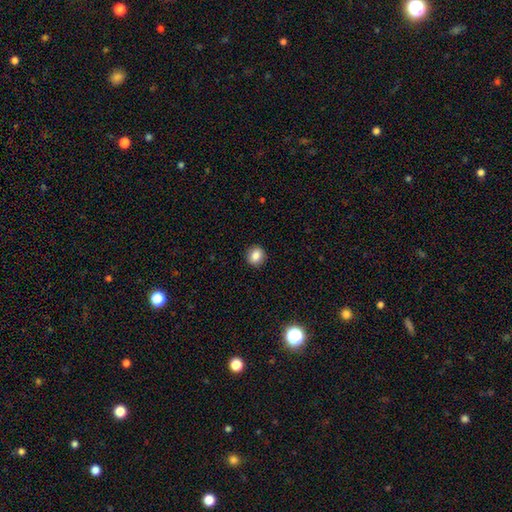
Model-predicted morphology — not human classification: A smooth galaxy with no disk features (85%) that is round (80%).

Vote fractions:
- Smooth or featured? smooth: 85% / star or artifact: 9% / featured or disk: 5%
- How rounded? round: 80% / in between: 19% / cigar-shaped: 1%
- Merging? none: 91% / minor disturbance: 6% / major disturbance: 2% / merger: 1%